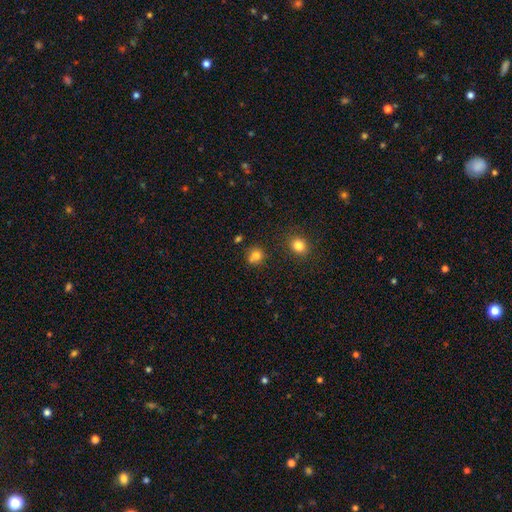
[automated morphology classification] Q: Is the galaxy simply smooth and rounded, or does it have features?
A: smooth — 78%.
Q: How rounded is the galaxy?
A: round — 79%.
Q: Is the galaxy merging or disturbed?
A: none — 64%.